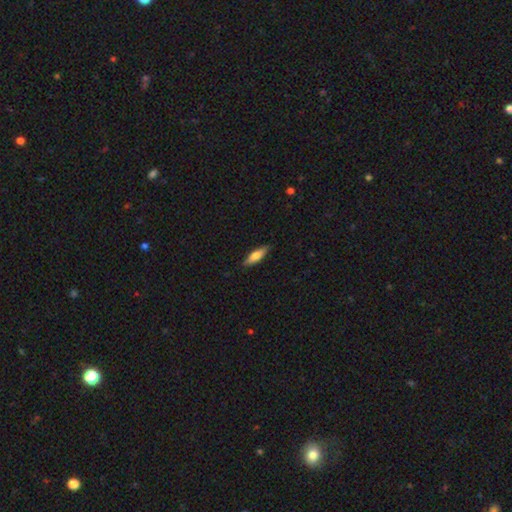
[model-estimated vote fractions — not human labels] Smooth or featured: smooth — 68% (featured or disk — 26%)
How rounded: cigar-shaped — 58% (in between — 41%)
Merging: none — 86% (minor disturbance — 11%)